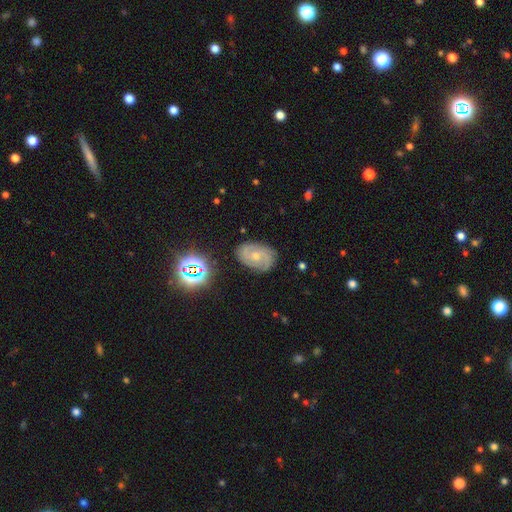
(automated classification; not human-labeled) The model was most divided on "spiral winding": tight: 51%, medium: 38%, loose: 11%. Remaining: edge-on disk — no (97%); spiral arms — yes (92%); merging — none (79%); smooth or featured — featured or disk (70%); bar — no (68%); bulge size — small (55%); spiral arm count — 2 (47%).